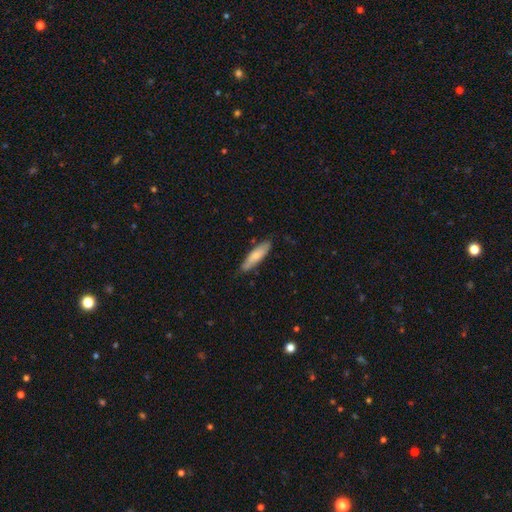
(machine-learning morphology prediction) Smooth or featured?
  - smooth: 73% *
  - featured or disk: 22%
  - star or artifact: 5%
How rounded?
  - cigar-shaped: 65% *
  - in between: 34%
  - round: 1%
Merging?
  - none: 80% *
  - minor disturbance: 17%
  - major disturbance: 2%
  - merger: 1%